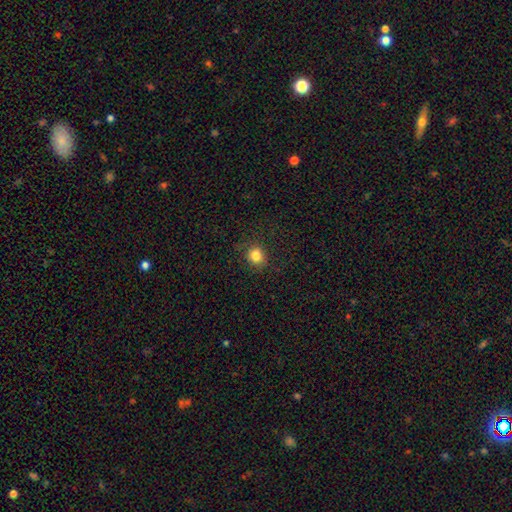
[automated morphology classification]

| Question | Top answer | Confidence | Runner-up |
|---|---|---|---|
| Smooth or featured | smooth | 82% | star or artifact (12%) |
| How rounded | round | 83% | in between (16%) |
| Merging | none | 84% | minor disturbance (11%) |